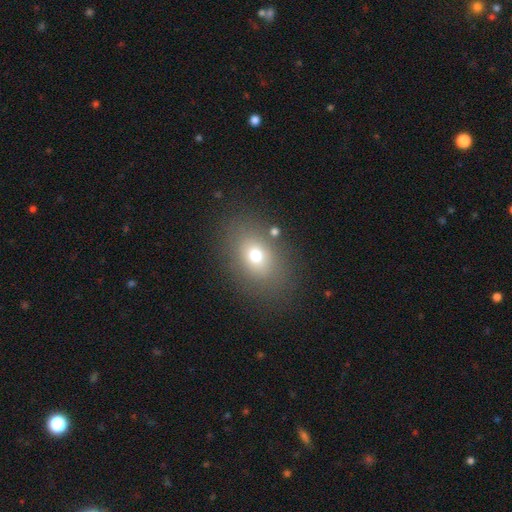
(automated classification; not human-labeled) Smooth or featured? smooth (72%)
How rounded? in between (72%)
Merging? none (81%)